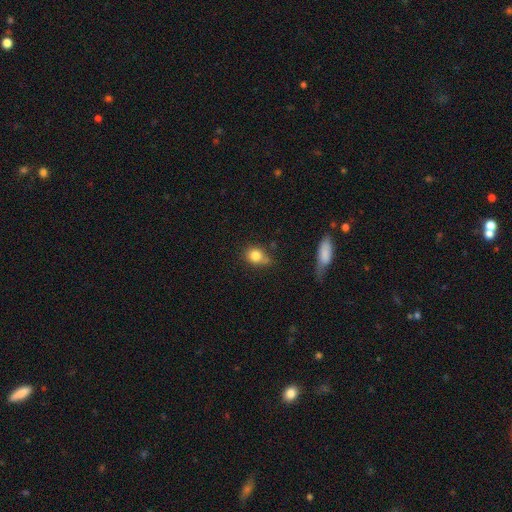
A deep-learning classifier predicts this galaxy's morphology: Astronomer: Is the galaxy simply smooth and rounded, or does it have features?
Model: smooth — 81%.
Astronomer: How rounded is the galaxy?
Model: round — 59% (runner-up: in between, 39%).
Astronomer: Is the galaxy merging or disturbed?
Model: none — 53% (runner-up: minor disturbance, 29%).